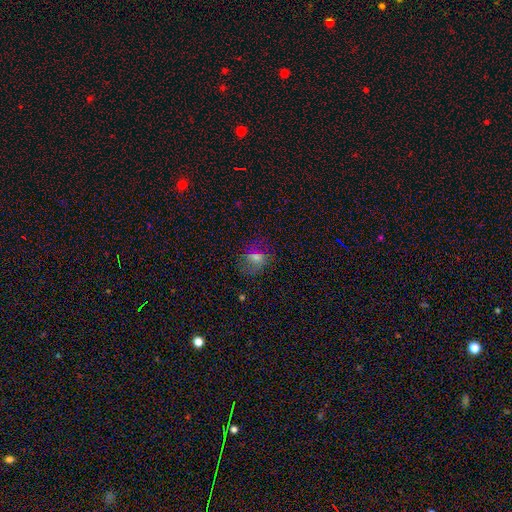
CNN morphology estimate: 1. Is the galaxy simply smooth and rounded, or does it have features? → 46% smooth, 32% featured or disk, 21% star or artifact.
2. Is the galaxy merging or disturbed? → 69% none, 18% minor disturbance, 10% major disturbance, 2% merger.